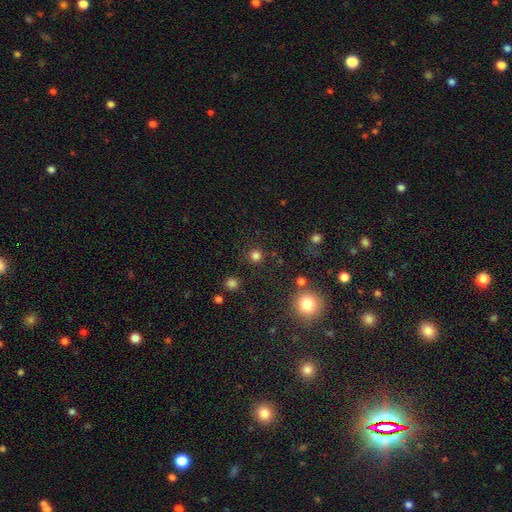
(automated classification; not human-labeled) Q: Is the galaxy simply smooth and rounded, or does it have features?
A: smooth — 78%.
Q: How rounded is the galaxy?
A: round — 94%.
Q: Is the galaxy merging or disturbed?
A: none — 87%.